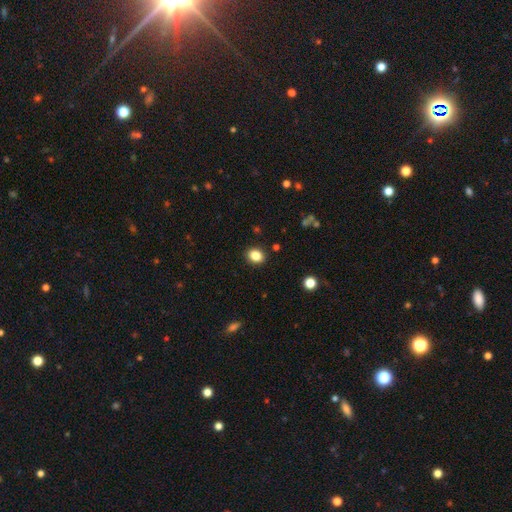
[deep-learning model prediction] Morphology: type=smooth (85%); roundness=round (50%); merging=none (90%).